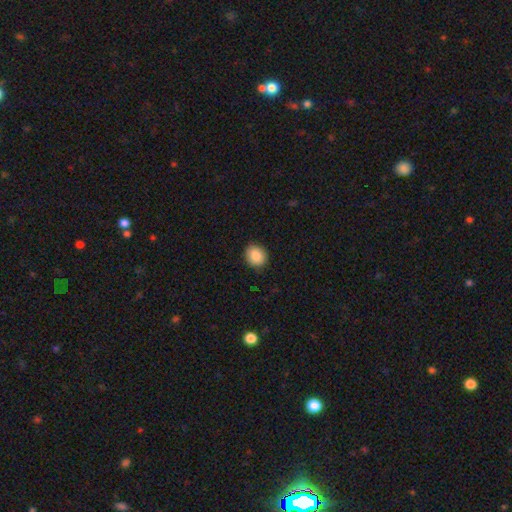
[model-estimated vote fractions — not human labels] This appears to be a smooth galaxy with no disk features (87%) that is round (72%). Merging: none (89%).